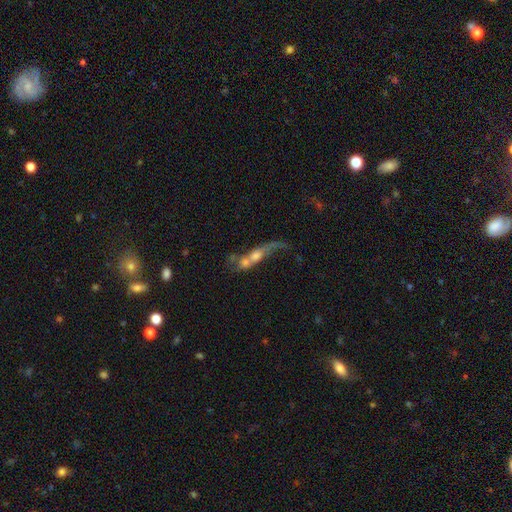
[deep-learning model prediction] The model was most divided on "smooth or featured": featured or disk: 51%, smooth: 37%, star or artifact: 12%. More confident: edge-on disk — no (72%); merging — merger (57%).